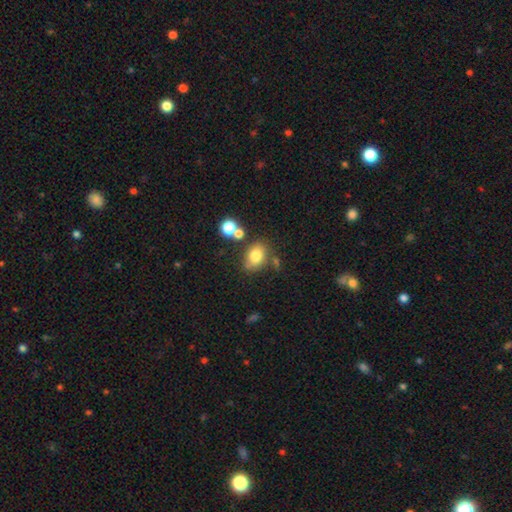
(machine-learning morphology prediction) Q: Smooth or featured?
A: smooth (77%); runner-up: star or artifact (12%)
Q: How rounded?
A: in between (69%); runner-up: round (30%)
Q: Merging?
A: none (64%); runner-up: merger (15%)